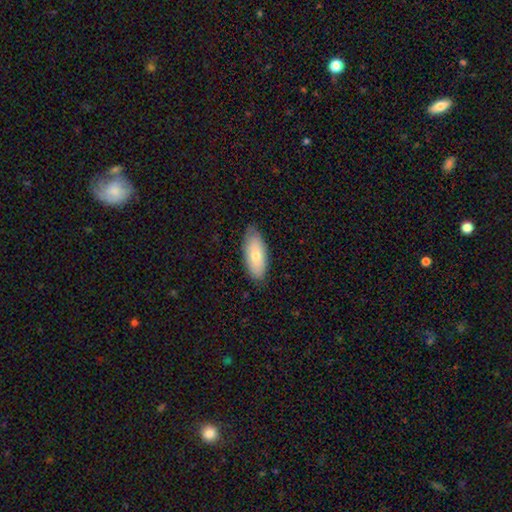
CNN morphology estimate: The model was most divided on "smooth or featured": smooth: 71%, featured or disk: 23%, star or artifact: 6%. More confident: merging — none (84%); how rounded — in between (83%).